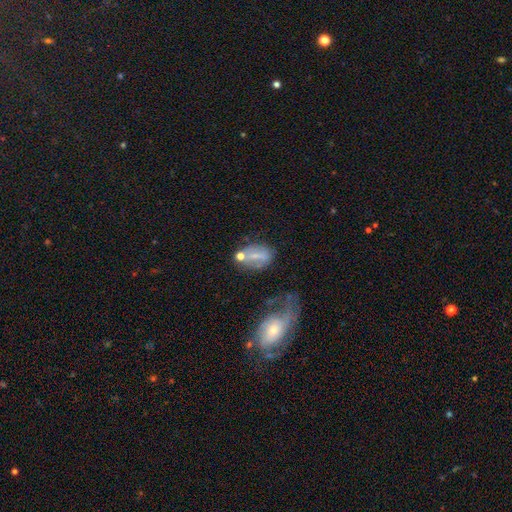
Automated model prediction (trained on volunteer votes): smooth_or_featured: smooth (p=0.47) [alt: featured or disk p=0.42]
merging: none (p=0.45) [alt: minor disturbance p=0.23]